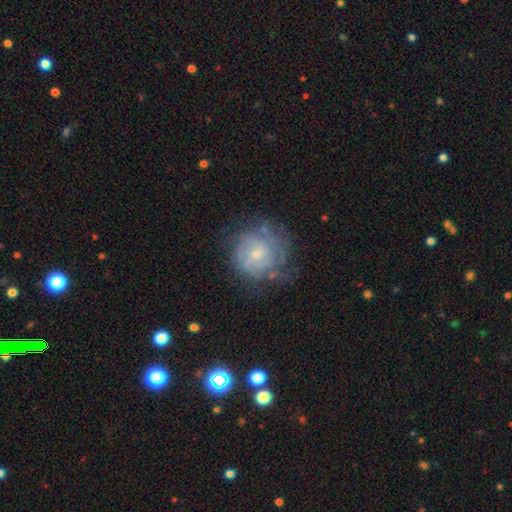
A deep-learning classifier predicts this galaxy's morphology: Smooth or featured: featured or disk — 58% (smooth — 28%)
Edge-on disk: no — 97% (yes — 3%)
Bar: no — 71% (weak — 24%)
Spiral arms: yes — 80% (no — 20%)
Bulge size: small — 64% (moderate — 29%)
Merging: none — 71% (minor disturbance — 18%)